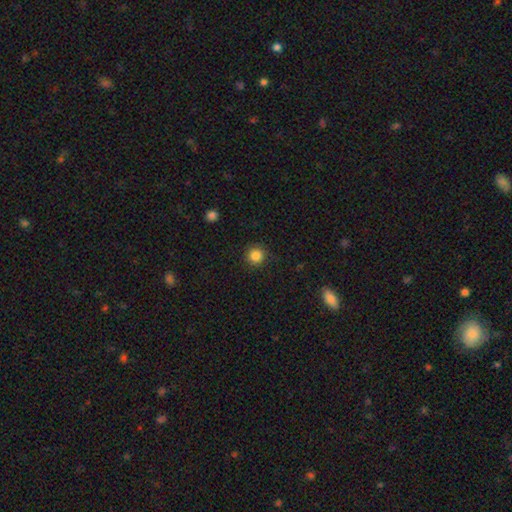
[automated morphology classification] A smooth galaxy with no disk features (85%) that is round (95%). Merging: none (90%).